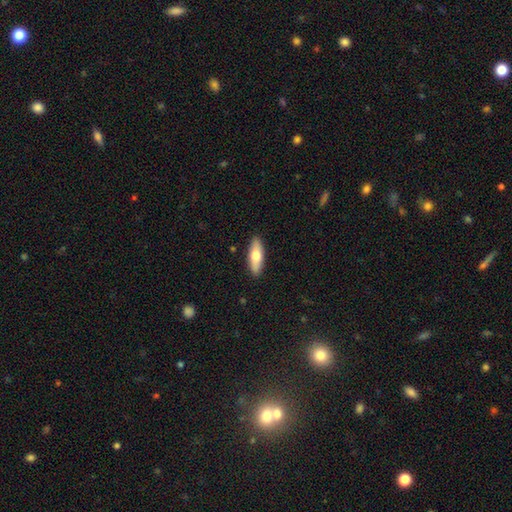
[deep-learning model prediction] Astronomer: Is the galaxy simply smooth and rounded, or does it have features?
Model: smooth — 66%.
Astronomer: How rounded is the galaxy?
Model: in between — 61% (runner-up: cigar-shaped, 37%).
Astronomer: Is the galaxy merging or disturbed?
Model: none — 90%.